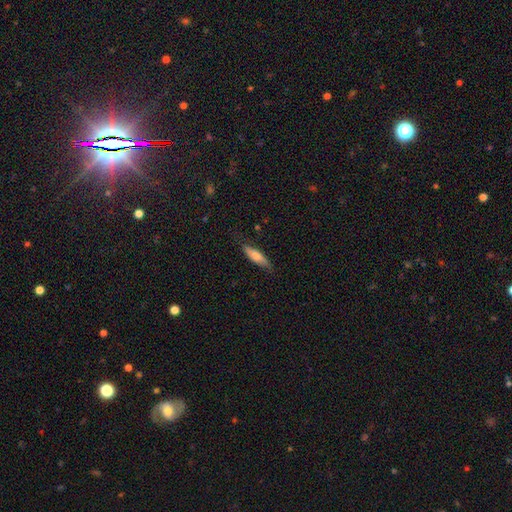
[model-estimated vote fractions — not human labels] smooth-or-featured: smooth: 73% | featured or disk: 21% | star or artifact: 6%
  how-rounded: cigar-shaped: 61% | in between: 37% | round: 2%
  merging: none: 74% | minor disturbance: 21% | major disturbance: 4% | merger: 1%